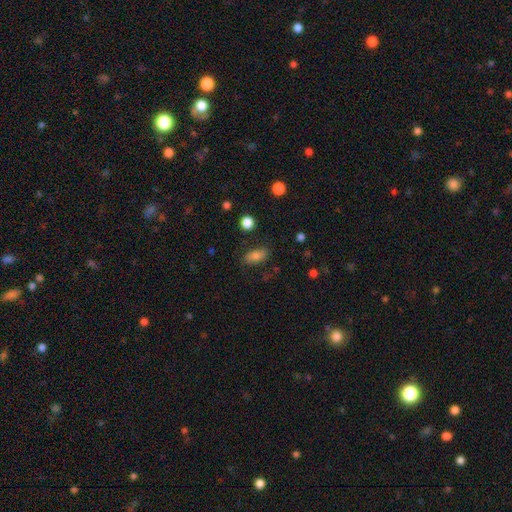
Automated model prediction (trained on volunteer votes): smooth_or_featured: smooth (p=0.75) [alt: featured or disk p=0.14]
how_rounded: in between (p=0.86) [alt: round p=0.09]
merging: none (p=0.77) [alt: minor disturbance p=0.16]